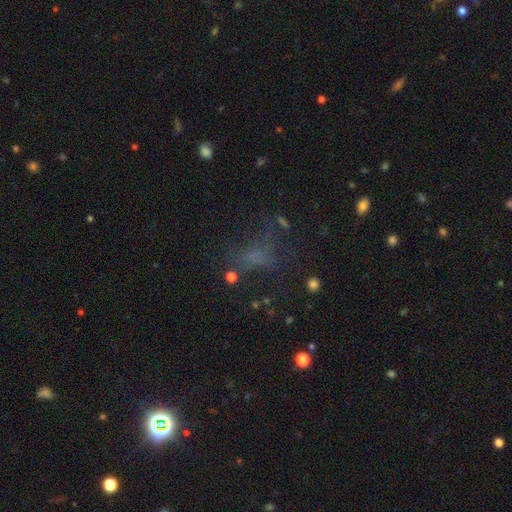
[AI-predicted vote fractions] This appears to be a smooth galaxy with no disk features (47%). Merging: none (53%).